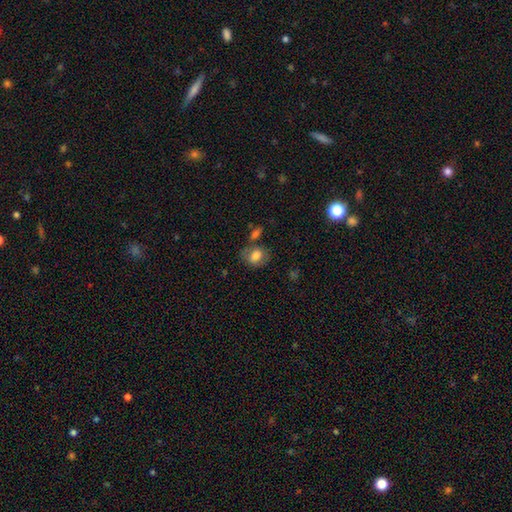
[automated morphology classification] smooth-or-featured: smooth: 73% | featured or disk: 19% | star or artifact: 8%
  how-rounded: in between: 60% | round: 38% | cigar-shaped: 1%
  merging: none: 58% | minor disturbance: 18% | merger: 16% | major disturbance: 8%